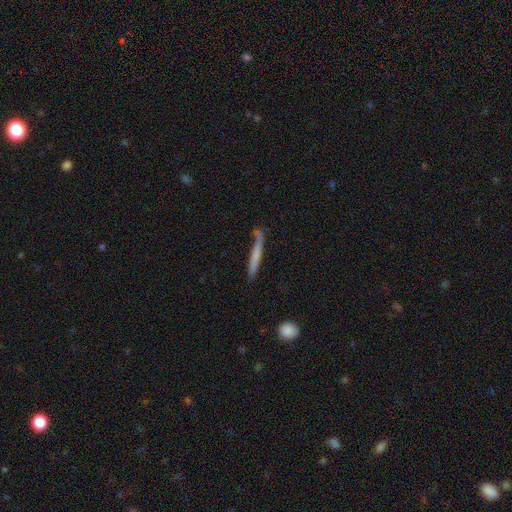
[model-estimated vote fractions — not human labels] smooth_or_featured: smooth (p=0.56) [alt: featured or disk p=0.38]
how_rounded: cigar-shaped (p=0.95) [alt: in between p=0.03]
merging: none (p=0.60) [alt: minor disturbance p=0.24]